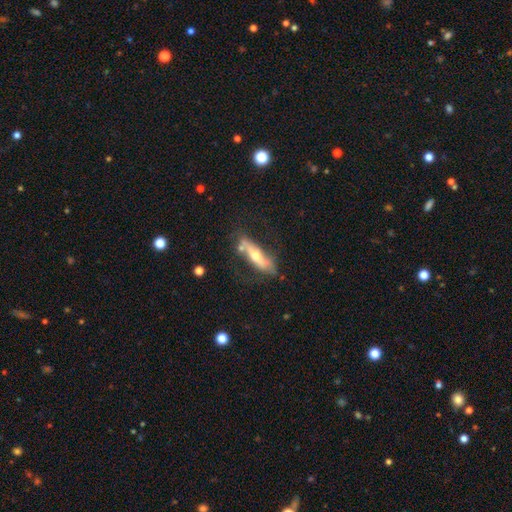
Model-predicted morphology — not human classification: A featured or disk galaxy (62%) viewed edge-on (51%). Merging: none (58%).